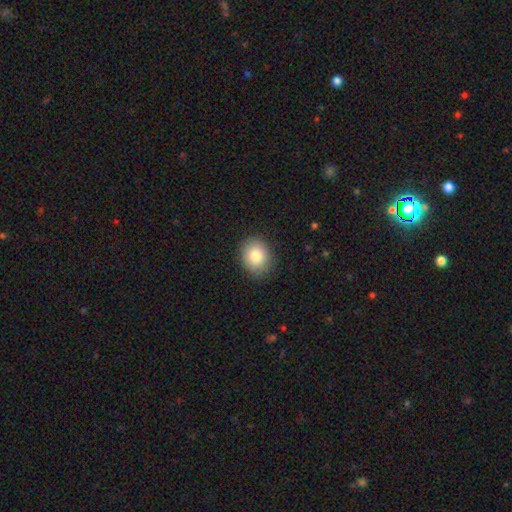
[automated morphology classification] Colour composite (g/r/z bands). It shows a smooth galaxy with no disk features (83%) that is round (60%). Merging: none (87%).